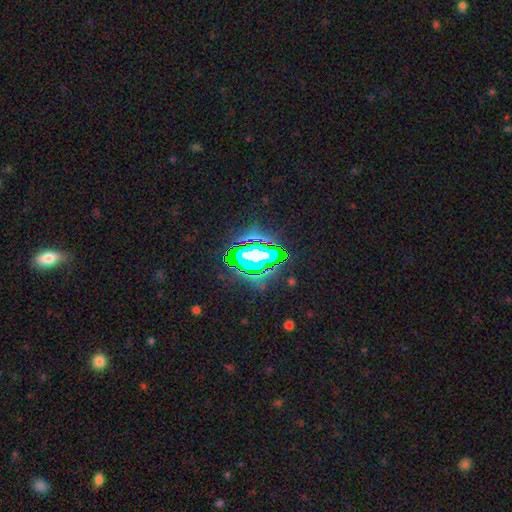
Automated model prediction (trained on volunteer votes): Morphology: type=star or artifact (71%).